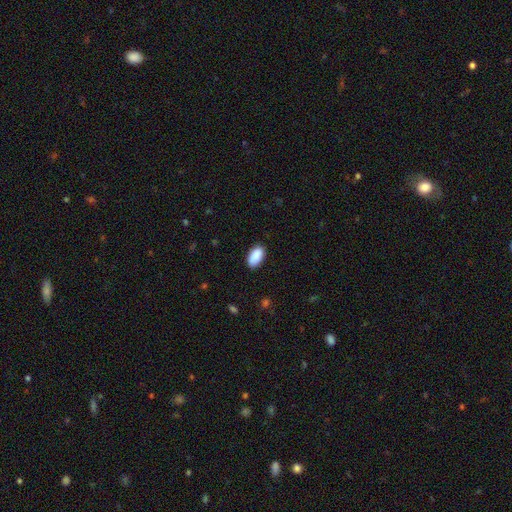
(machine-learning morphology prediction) The model was most divided on "merging": none: 84%, minor disturbance: 13%, major disturbance: 2%, merger: 1%. More confident: how rounded — in between (95%); smooth or featured — smooth (90%).